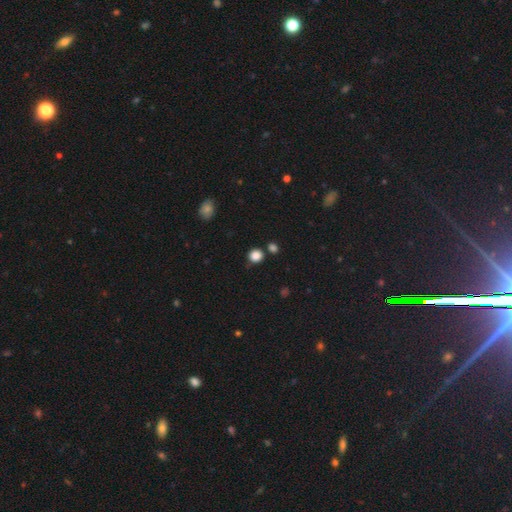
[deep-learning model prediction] Smooth or featured? smooth (85%)
How rounded? round (86%)
Merging? none (78%)